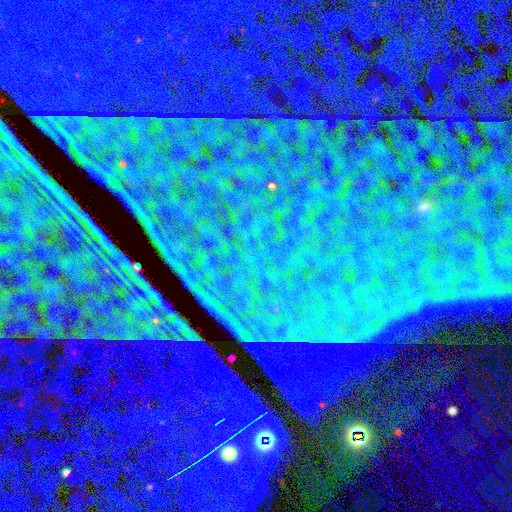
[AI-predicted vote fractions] Overall: star or artifact (88%).